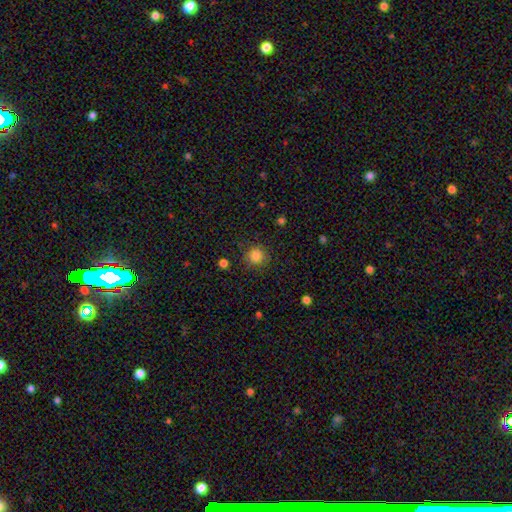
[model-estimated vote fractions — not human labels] smooth 84%, star or artifact 12%, featured or disk 4%. Down the decision tree: how rounded — round (93%); merging — none (88%).